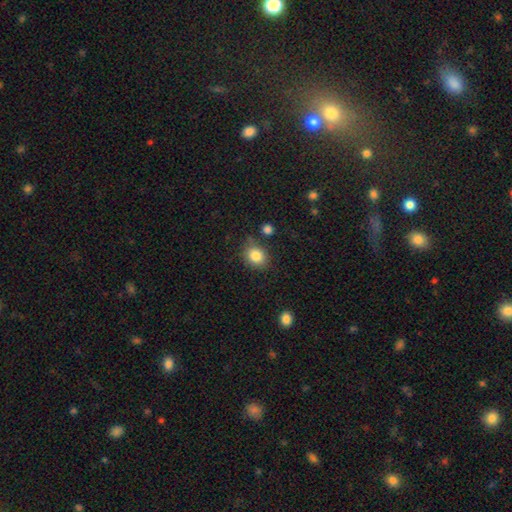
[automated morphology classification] type=smooth (84%); roundness=round (64%); merging=none (74%).